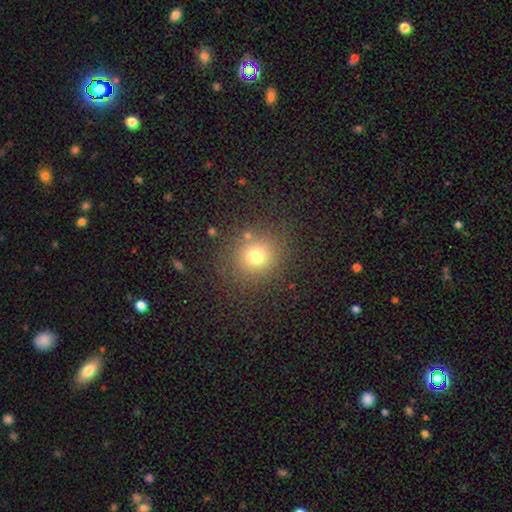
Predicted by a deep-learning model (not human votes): The model was most divided on "smooth or featured": smooth: 73%, star or artifact: 17%, featured or disk: 9%. More confident: how rounded — round (83%); merging — none (82%).